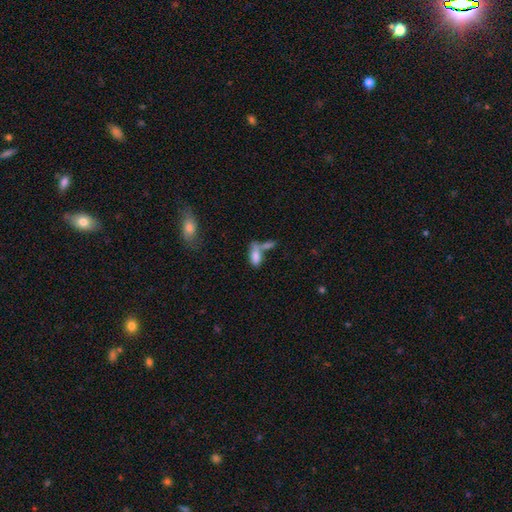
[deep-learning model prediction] smooth 78%, featured or disk 13%, star or artifact 9%. Down the decision tree: how rounded — in between (84%); merging — merger (46%).